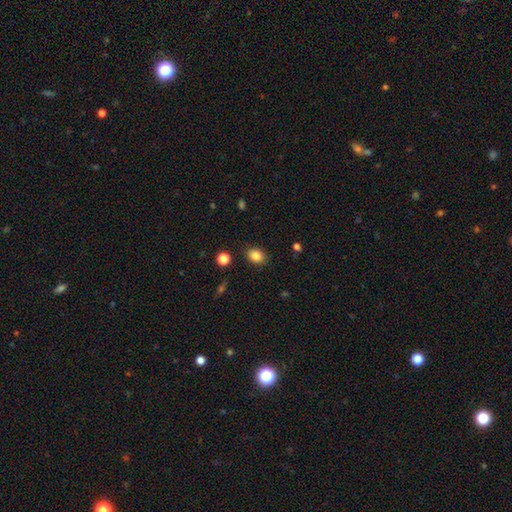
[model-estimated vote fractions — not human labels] smooth_or_featured: smooth (p=0.85) [alt: star or artifact p=0.10]
how_rounded: in between (p=0.66) [alt: round p=0.33]
merging: none (p=0.87) [alt: minor disturbance p=0.09]